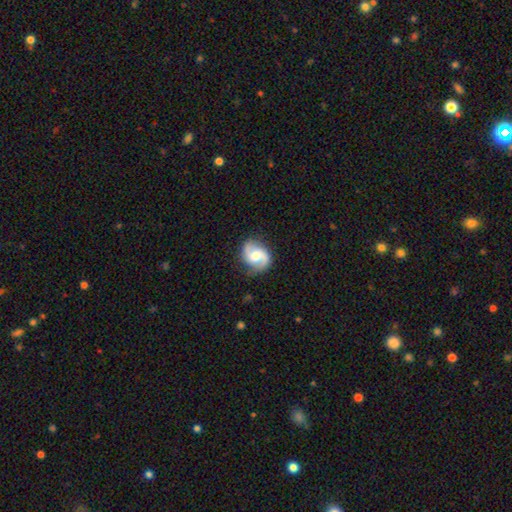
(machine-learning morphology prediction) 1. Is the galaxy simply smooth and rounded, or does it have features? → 80% featured or disk, 14% smooth, 6% star or artifact.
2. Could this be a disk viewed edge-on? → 98% no, 2% yes.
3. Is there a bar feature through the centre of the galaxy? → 50% no, 41% weak, 10% strong.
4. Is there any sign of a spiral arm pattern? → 96% yes, 4% no.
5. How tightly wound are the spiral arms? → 49% medium, 34% loose, 18% tight.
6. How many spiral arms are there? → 92% 2, 3% can't tell, 2% 1, 1% 3, 1% 4, 1% more than 4.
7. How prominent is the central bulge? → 63% moderate, 20% small, 13% large, 3% none, 2% dominant.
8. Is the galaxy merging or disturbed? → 79% none, 15% minor disturbance, 5% major disturbance, 1% merger.